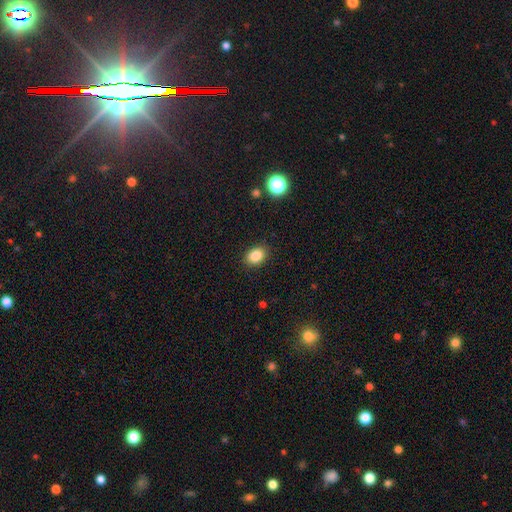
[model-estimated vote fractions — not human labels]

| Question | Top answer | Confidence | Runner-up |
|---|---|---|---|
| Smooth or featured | smooth | 85% | star or artifact (10%) |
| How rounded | in between | 72% | round (27%) |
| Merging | none | 88% | minor disturbance (8%) |